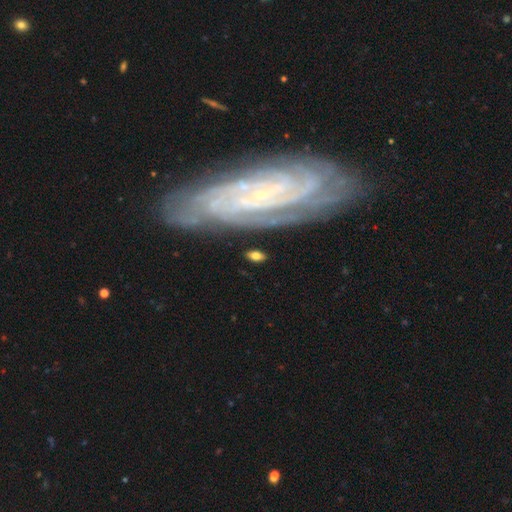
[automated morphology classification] type=smooth (60%); roundness=in between (84%); merging=none (77%).